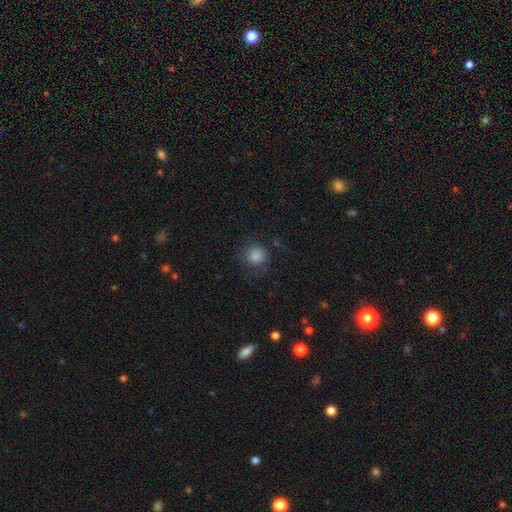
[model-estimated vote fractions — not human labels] Smooth or featured?
  - smooth: 82% *
  - star or artifact: 10%
  - featured or disk: 8%
How rounded?
  - round: 89% *
  - in between: 10%
  - cigar-shaped: 1%
Merging?
  - none: 71% *
  - minor disturbance: 17%
  - major disturbance: 10%
  - merger: 2%